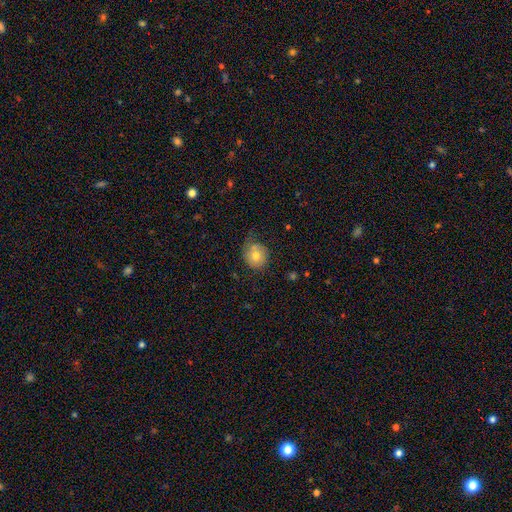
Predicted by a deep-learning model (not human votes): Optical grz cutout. It shows a smooth galaxy with no disk features (68%) that is round (80%). Merging: none (56%).